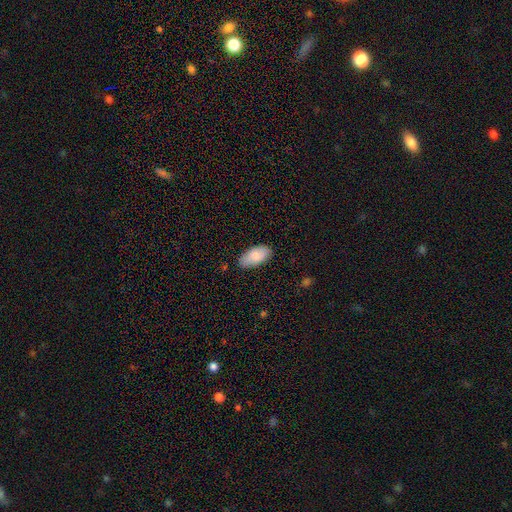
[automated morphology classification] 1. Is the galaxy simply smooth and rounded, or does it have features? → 83% smooth, 11% featured or disk, 6% star or artifact.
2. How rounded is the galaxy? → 94% in between, 4% cigar-shaped, 2% round.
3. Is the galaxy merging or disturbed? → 83% none, 14% minor disturbance, 2% major disturbance, 1% merger.